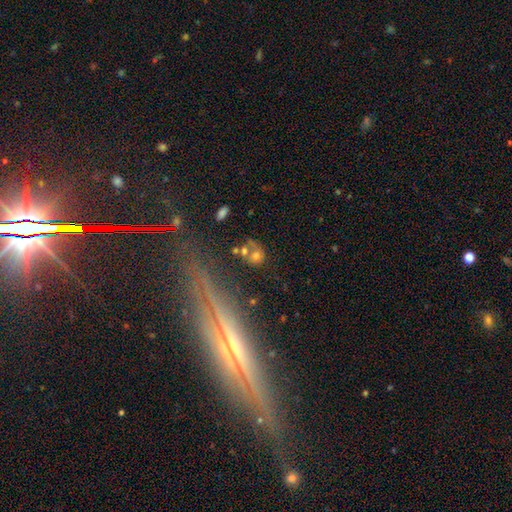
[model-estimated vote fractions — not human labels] The model was most divided on "smooth or featured": smooth: 53%, featured or disk: 24%, star or artifact: 23%. More confident: how rounded — round (72%); merging — none (58%).